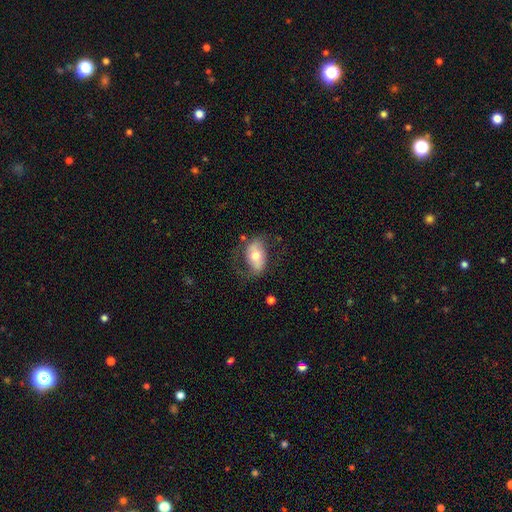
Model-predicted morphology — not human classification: Smooth or featured: smooth — 53% (featured or disk — 40%)
How rounded: in between — 89% (round — 8%)
Merging: none — 58% (minor disturbance — 23%)